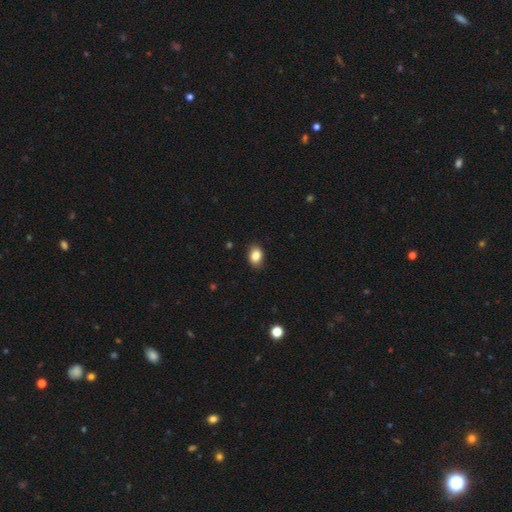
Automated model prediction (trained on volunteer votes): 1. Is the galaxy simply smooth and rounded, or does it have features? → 86% smooth, 9% star or artifact, 5% featured or disk.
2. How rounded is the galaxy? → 72% in between, 27% round, 1% cigar-shaped.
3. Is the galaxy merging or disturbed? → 86% none, 11% minor disturbance, 2% major disturbance, 1% merger.